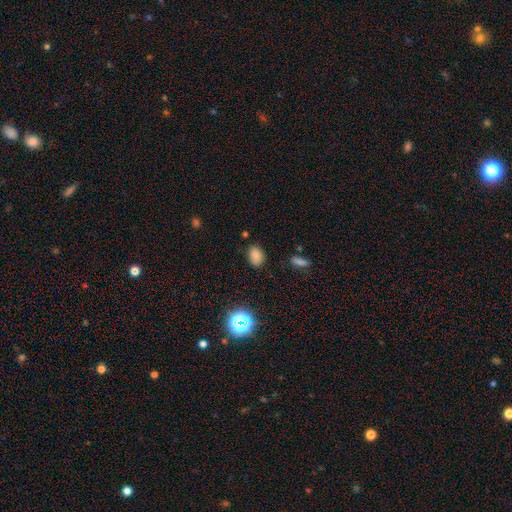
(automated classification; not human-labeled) Smooth or featured? smooth (78%)
How rounded? in between (77%)
Merging? none (81%)